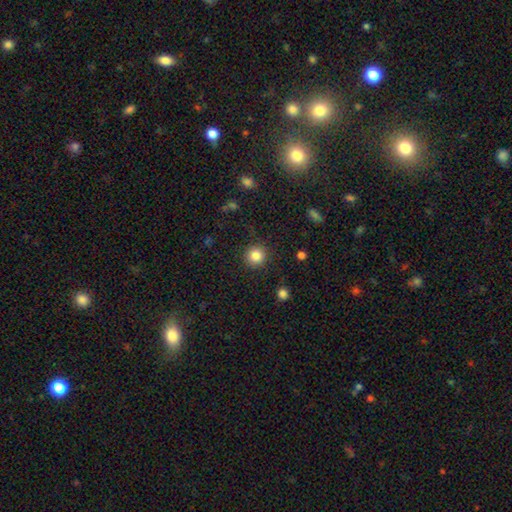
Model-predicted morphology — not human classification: Smooth or featured: smooth — 84% (star or artifact — 11%)
How rounded: round — 94% (in between — 5%)
Merging: none — 90% (minor disturbance — 6%)